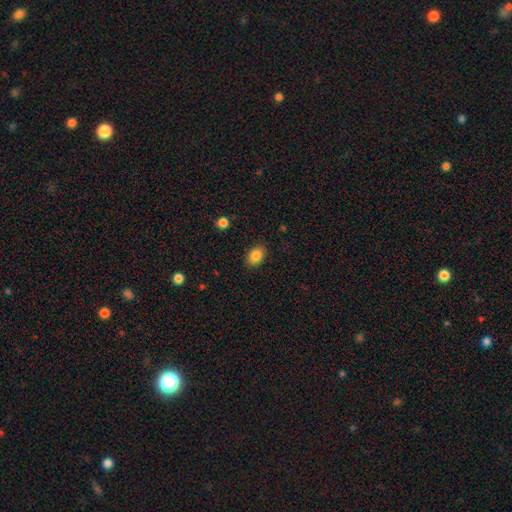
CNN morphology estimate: The model was most divided on "how rounded": in between: 74%, round: 25%, cigar-shaped: 1%. More confident: merging — none (87%); smooth or featured — smooth (86%).